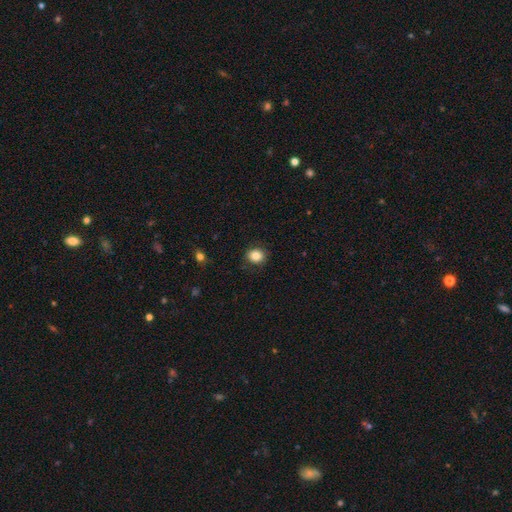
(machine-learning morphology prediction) Overall: smooth (84%). How rounded: round (69%; in between 30%). Merging: none (87%).